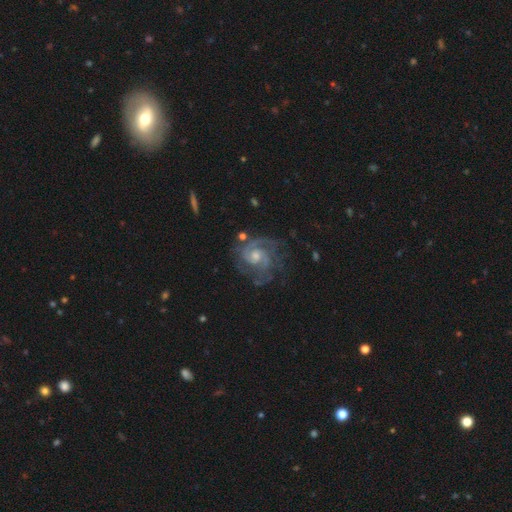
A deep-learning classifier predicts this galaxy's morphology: A featured or disk galaxy (90%) with no bar (57%), 2 (55%) tight (56%) spiral arms (98%) and a moderate central bulge (53%).

Vote fractions:
- Smooth or featured? featured or disk: 90% / star or artifact: 6% / smooth: 5%
- Edge-on disk? no: 98% / yes: 2%
- Bar? no: 57% / weak: 36% / strong: 7%
- Spiral arms? yes: 98% / no: 2%
- Spiral winding? tight: 56% / medium: 38% / loose: 7%
- Spiral arm count? 2: 55% / 3: 20% / can't tell: 13% / 4: 5% / 1: 4% / more than 4: 4%
- Bulge size? moderate: 53% / small: 39% / large: 3% / none: 3% / dominant: 1%
- Merging? none: 72% / minor disturbance: 17% / major disturbance: 9% / merger: 2%